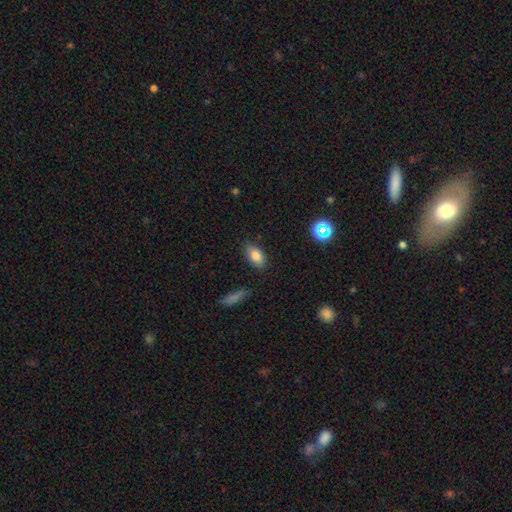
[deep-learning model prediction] This is clearly a smooth galaxy (81%). How rounded: clearly in between (88%). Merging: clearly none (80%).